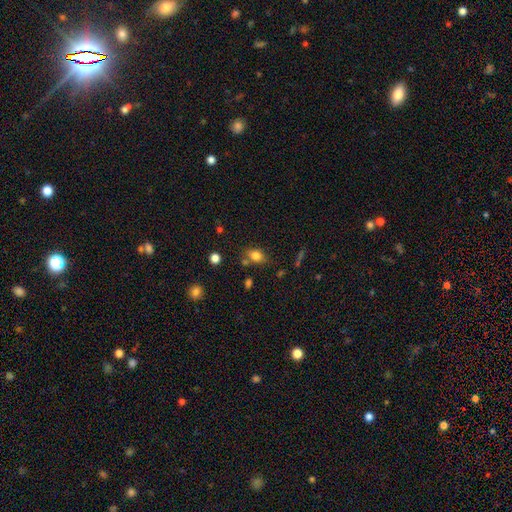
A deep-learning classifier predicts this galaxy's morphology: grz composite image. It shows a smooth galaxy with no disk features (80%) that is in between round and cigar-shaped (65%). Merging: none (69%).